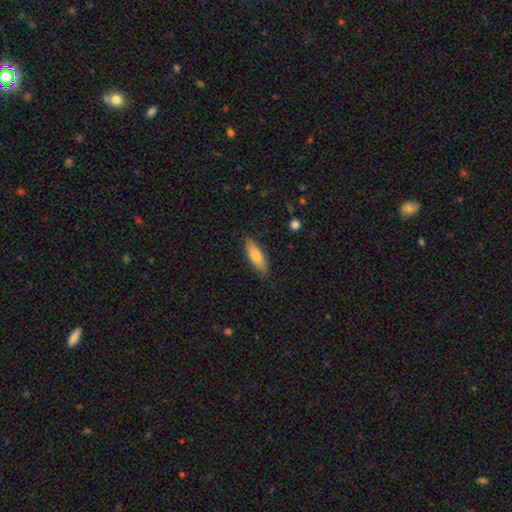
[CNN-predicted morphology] smooth_or_featured: smooth (p=0.79) [alt: featured or disk p=0.15]
how_rounded: in between (p=0.60) [alt: cigar-shaped p=0.39]
merging: none (p=0.83) [alt: minor disturbance p=0.13]